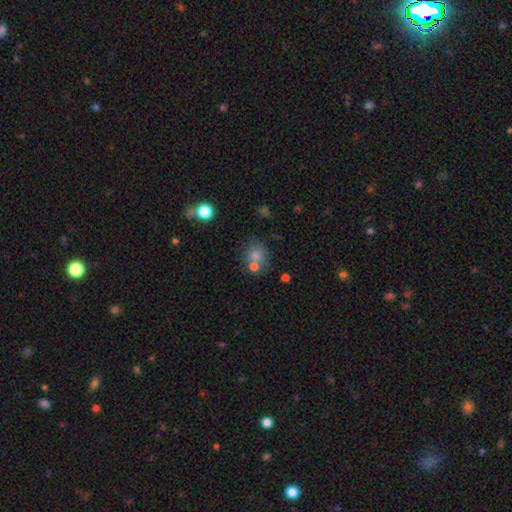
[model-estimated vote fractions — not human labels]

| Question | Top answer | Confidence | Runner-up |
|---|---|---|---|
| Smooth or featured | smooth | 69% | star or artifact (17%) |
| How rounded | round | 76% | in between (23%) |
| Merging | none | 55% | merger (29%) |